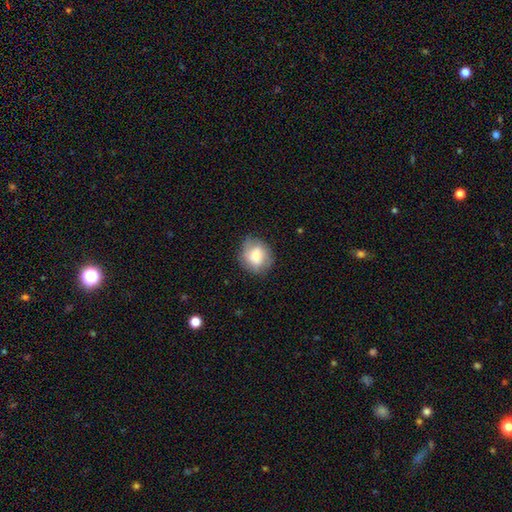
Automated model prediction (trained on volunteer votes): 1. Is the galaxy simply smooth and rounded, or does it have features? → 71% smooth, 21% featured or disk, 8% star or artifact.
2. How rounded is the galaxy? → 67% round, 32% in between, 1% cigar-shaped.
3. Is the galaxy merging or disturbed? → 75% none, 19% minor disturbance, 5% major disturbance, 1% merger.